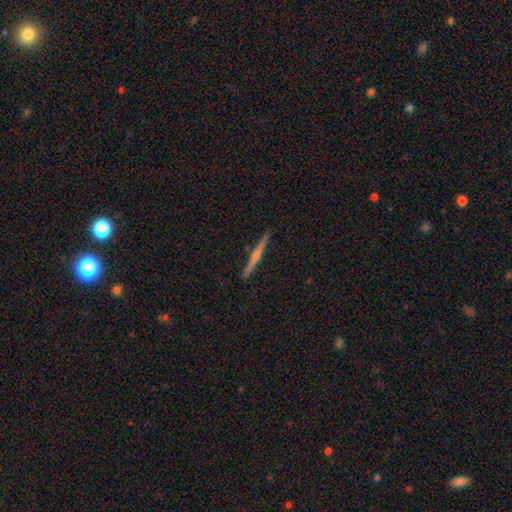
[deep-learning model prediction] This is likely a featured or disk galaxy (73%). It is clearly viewed edge-on (98%). Edge-on bulge: likely rounded (75%). Merging: clearly none (92%).